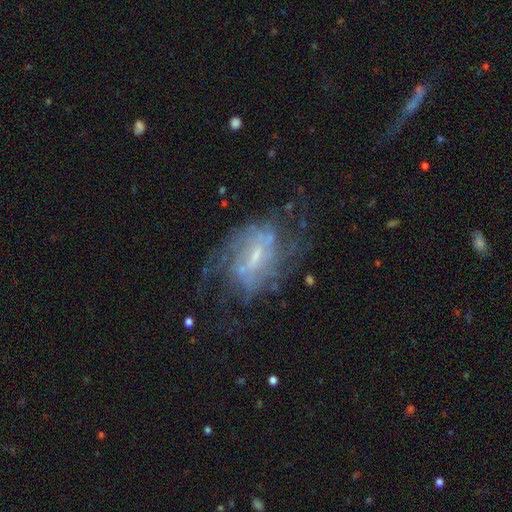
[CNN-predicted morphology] Overall: featured or disk (81%). Edge-on disk: no (95%). Bar: weak (52%; strong 27%). Spiral arms: yes (87%). Spiral arm count: can't tell (39%; 2 34%). Spiral winding: medium (43%; tight 32%). Bulge size: small (56%; moderate 29%). Merging: none (60%).